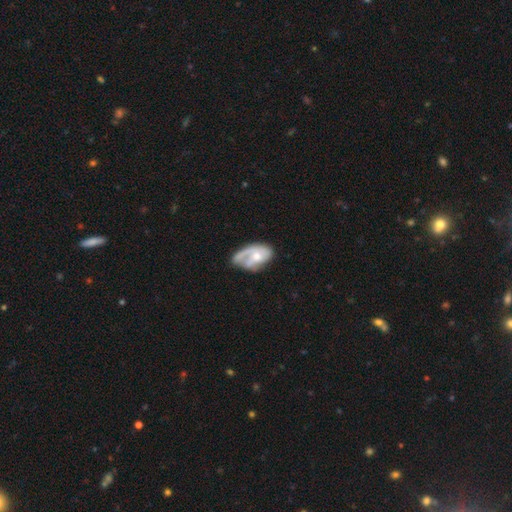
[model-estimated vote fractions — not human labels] Smooth or featured?
  - featured or disk: 64% *
  - smooth: 30%
  - star or artifact: 6%
Edge-on disk?
  - no: 96% *
  - yes: 4%
Bar?
  - no: 70% *
  - weak: 25%
  - strong: 5%
Spiral arms?
  - yes: 74% *
  - no: 26%
Bulge size?
  - moderate: 54% *
  - small: 34%
  - large: 6%
  - none: 5%
  - dominant: 1%
Merging?
  - none: 40% *
  - minor disturbance: 28%
  - major disturbance: 27%
  - merger: 5%